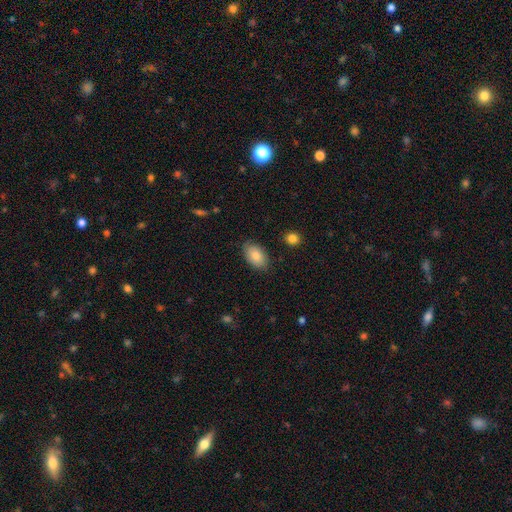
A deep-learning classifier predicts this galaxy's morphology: Smooth or featured?
  - smooth: 83% *
  - featured or disk: 10%
  - star or artifact: 7%
How rounded?
  - in between: 93% *
  - round: 6%
  - cigar-shaped: 1%
Merging?
  - none: 83% *
  - minor disturbance: 13%
  - major disturbance: 3%
  - merger: 1%